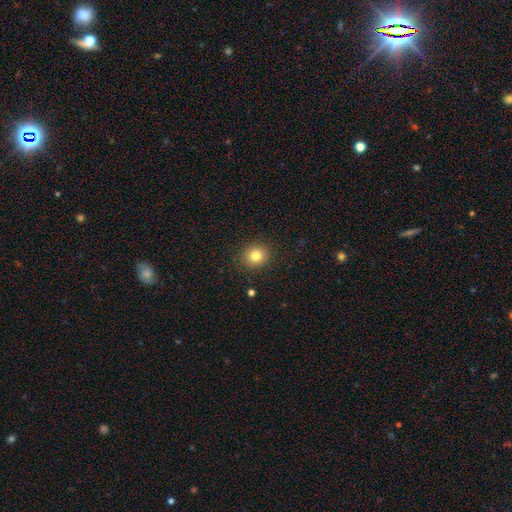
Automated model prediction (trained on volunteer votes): smooth_or_featured: smooth (p=0.81) [alt: star or artifact p=0.12]
how_rounded: round (p=0.83) [alt: in between p=0.16]
merging: none (p=0.90) [alt: minor disturbance p=0.07]